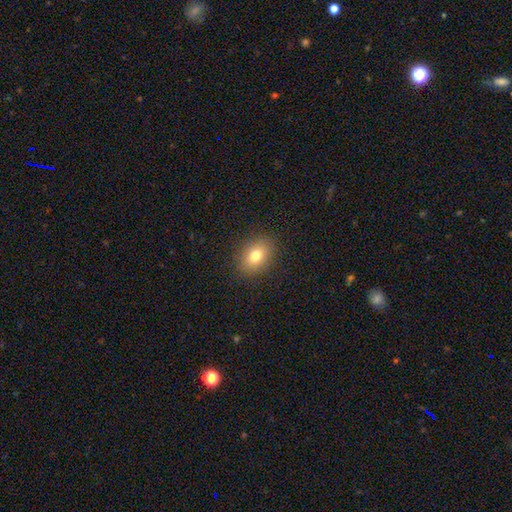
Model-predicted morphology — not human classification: This is likely a smooth galaxy (76%). How rounded: likely in between (64%). Merging: clearly none (89%).